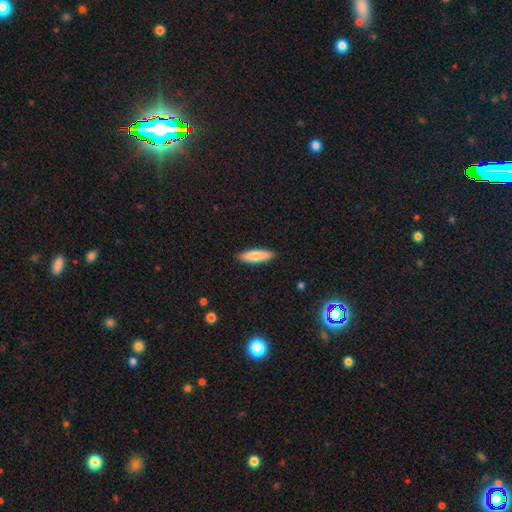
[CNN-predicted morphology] This is clearly a smooth galaxy (83%). How rounded: likely cigar-shaped (63%). Merging: clearly none (89%).